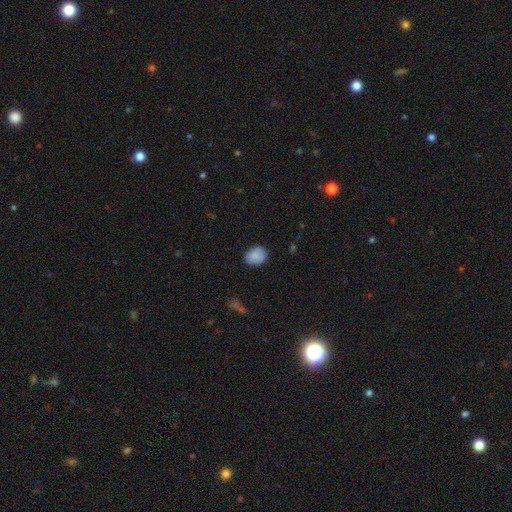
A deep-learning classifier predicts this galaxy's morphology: Smooth or featured? smooth (85%)
How rounded? in between (53%)
Merging? none (77%)